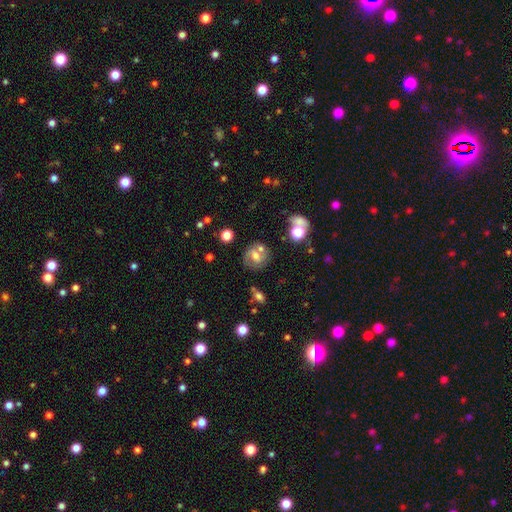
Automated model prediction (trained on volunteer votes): Smooth or featured?
  - featured or disk: 50% *
  - smooth: 38%
  - star or artifact: 12%
Merging?
  - none: 61% *
  - merger: 17%
  - minor disturbance: 15%
  - major disturbance: 7%